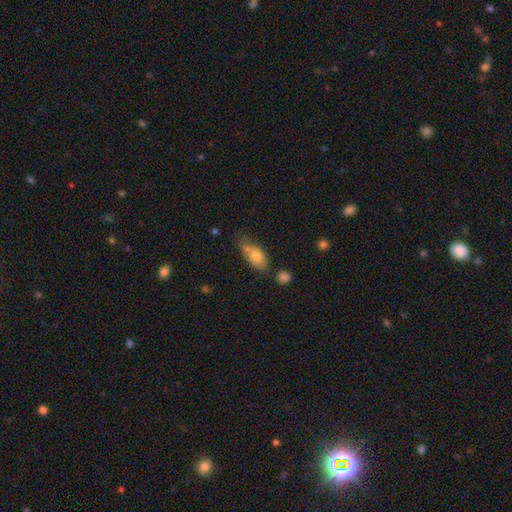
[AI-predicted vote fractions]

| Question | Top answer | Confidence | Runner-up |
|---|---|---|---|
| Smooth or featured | smooth | 73% | featured or disk (19%) |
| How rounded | in between | 83% | cigar-shaped (10%) |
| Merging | none | 44% | minor disturbance (30%) |